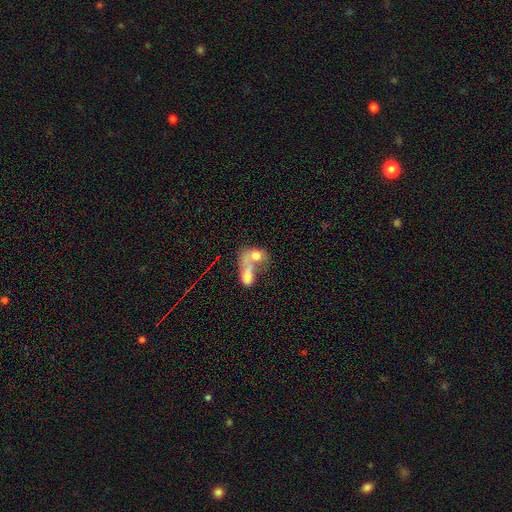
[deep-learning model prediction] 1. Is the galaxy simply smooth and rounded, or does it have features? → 64% smooth, 27% featured or disk, 10% star or artifact.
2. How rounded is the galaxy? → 67% in between, 29% round, 4% cigar-shaped.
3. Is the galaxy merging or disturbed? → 74% merger, 11% major disturbance, 10% none, 5% minor disturbance.